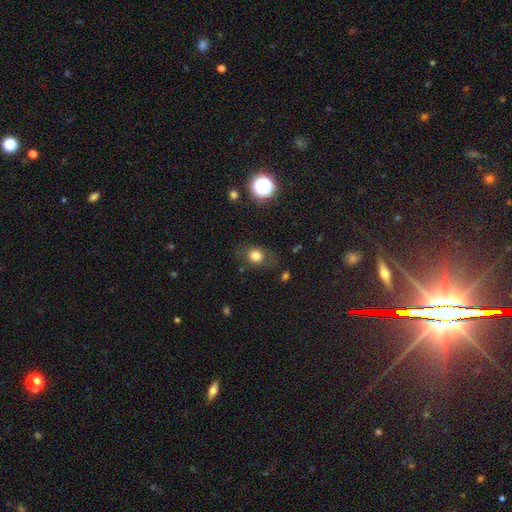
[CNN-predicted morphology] smooth-or-featured: smooth: 76% | featured or disk: 12% | star or artifact: 12%
  how-rounded: round: 50% | in between: 49% | cigar-shaped: 1%
  merging: none: 74% | minor disturbance: 16% | major disturbance: 8% | merger: 2%